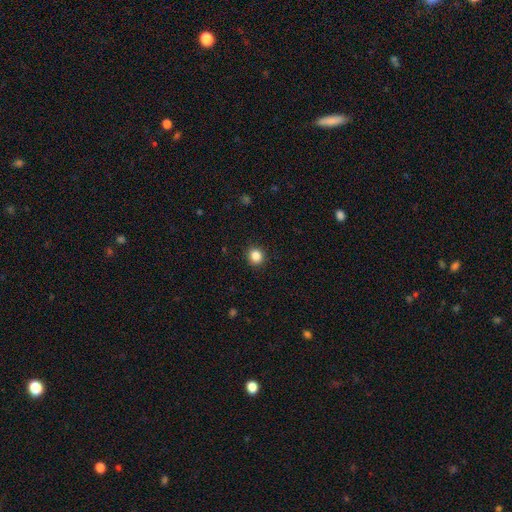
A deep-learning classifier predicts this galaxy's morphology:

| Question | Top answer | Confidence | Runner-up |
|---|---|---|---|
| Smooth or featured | smooth | 86% | star or artifact (10%) |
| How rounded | round | 87% | in between (12%) |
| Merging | none | 91% | minor disturbance (6%) |